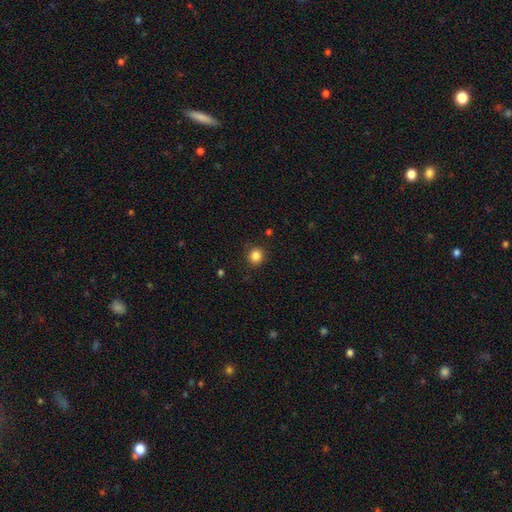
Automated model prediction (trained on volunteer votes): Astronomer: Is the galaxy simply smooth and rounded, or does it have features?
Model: smooth — 85%.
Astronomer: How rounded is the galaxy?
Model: round — 90%.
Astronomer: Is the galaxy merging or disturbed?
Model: none — 89%.